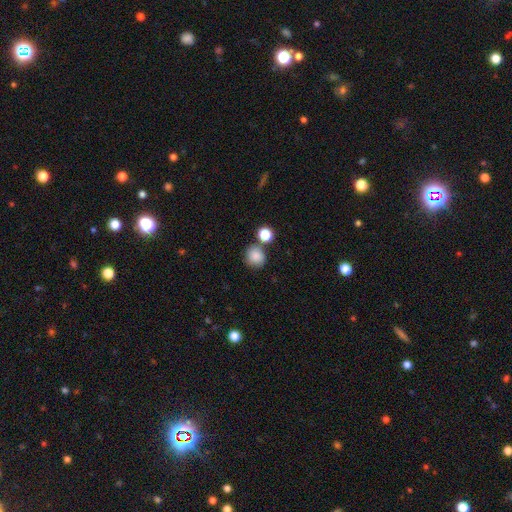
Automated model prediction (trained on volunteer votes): Overall: smooth (85%). How rounded: round (85%). Merging: none (70%).